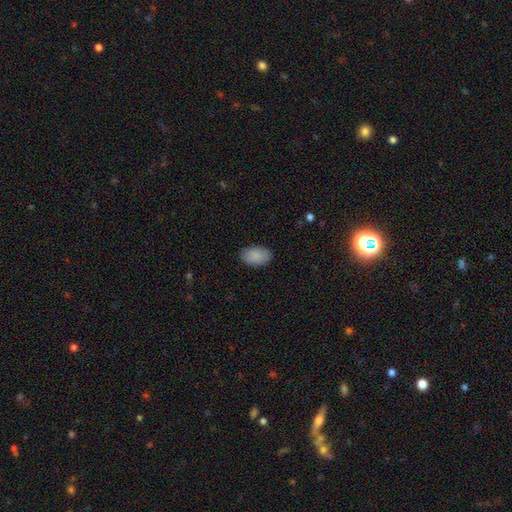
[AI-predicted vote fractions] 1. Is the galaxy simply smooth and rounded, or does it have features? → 90% smooth, 6% star or artifact, 4% featured or disk.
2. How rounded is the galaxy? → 93% in between, 6% round, 1% cigar-shaped.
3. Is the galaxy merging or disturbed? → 88% none, 9% minor disturbance, 2% major disturbance, 1% merger.